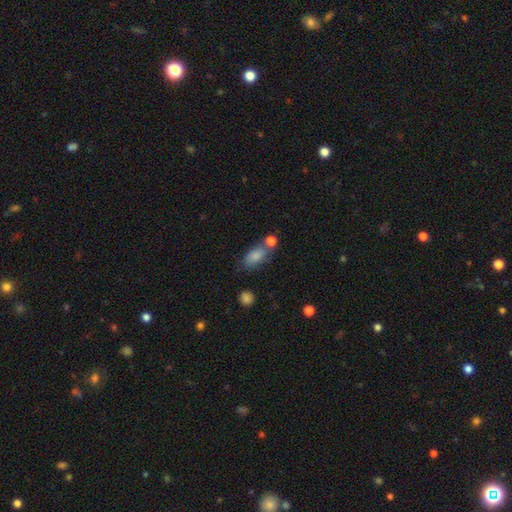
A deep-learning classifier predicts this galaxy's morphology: smooth-or-featured: smooth: 83% | featured or disk: 9% | star or artifact: 8%
  how-rounded: in between: 86% | round: 7% | cigar-shaped: 7%
  merging: none: 52% | merger: 25% | minor disturbance: 17% | major disturbance: 6%